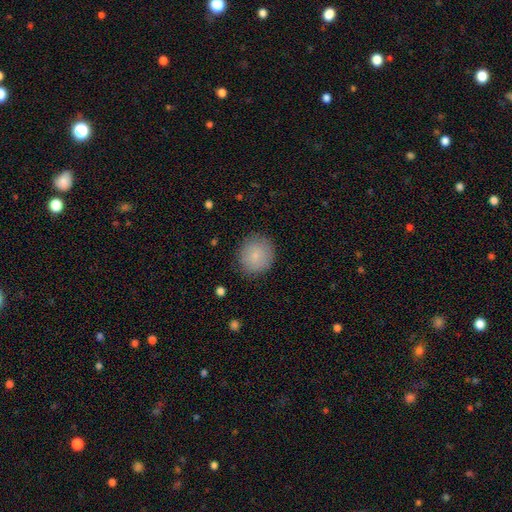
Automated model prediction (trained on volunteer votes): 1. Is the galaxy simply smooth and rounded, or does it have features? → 82% smooth, 11% featured or disk, 7% star or artifact.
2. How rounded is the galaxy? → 88% round, 11% in between, 1% cigar-shaped.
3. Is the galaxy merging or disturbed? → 84% none, 11% minor disturbance, 3% major disturbance, 1% merger.